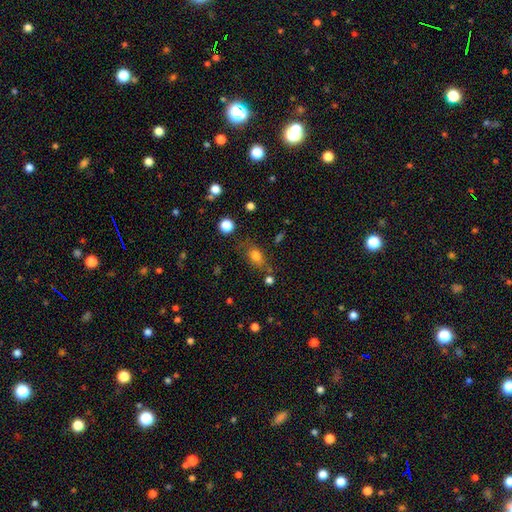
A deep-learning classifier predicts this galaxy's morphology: This appears to be a smooth galaxy with no disk features (76%) that is in between round and cigar-shaped (72%). Merging: none (63%).